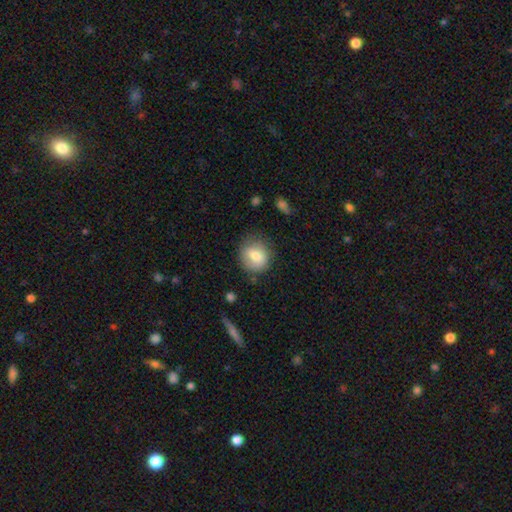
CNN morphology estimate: Smooth or featured?
  - smooth: 76% *
  - featured or disk: 16%
  - star or artifact: 8%
How rounded?
  - round: 81% *
  - in between: 18%
  - cigar-shaped: 1%
Merging?
  - none: 77% *
  - minor disturbance: 17%
  - major disturbance: 5%
  - merger: 2%